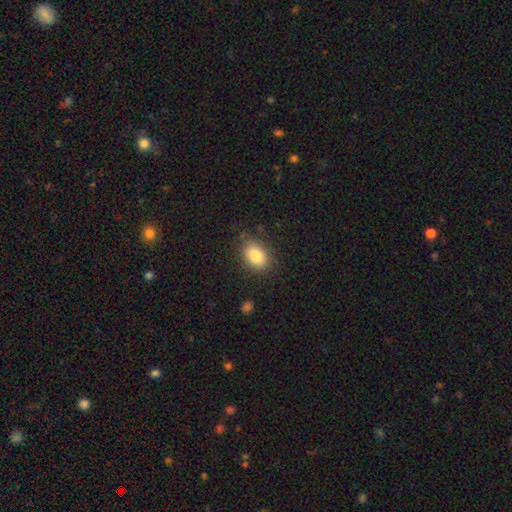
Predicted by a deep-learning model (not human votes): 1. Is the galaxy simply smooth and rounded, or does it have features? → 86% smooth, 8% star or artifact, 6% featured or disk.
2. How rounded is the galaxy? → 83% in between, 16% round, 1% cigar-shaped.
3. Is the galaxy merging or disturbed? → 78% none, 16% minor disturbance, 4% major disturbance, 2% merger.